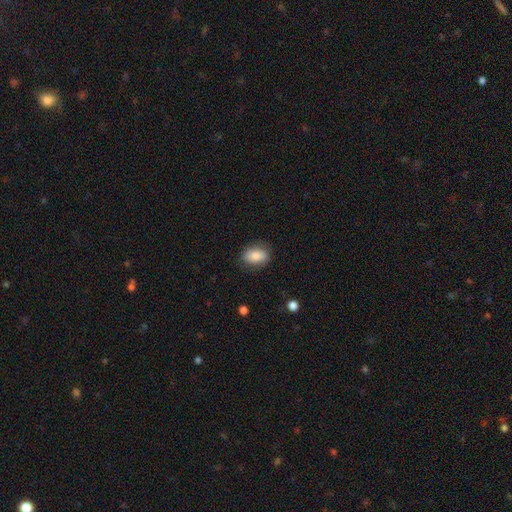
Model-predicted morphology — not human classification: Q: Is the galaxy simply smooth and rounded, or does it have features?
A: smooth — 85%.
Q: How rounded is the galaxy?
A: in between — 84%.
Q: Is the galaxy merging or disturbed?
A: none — 82%.